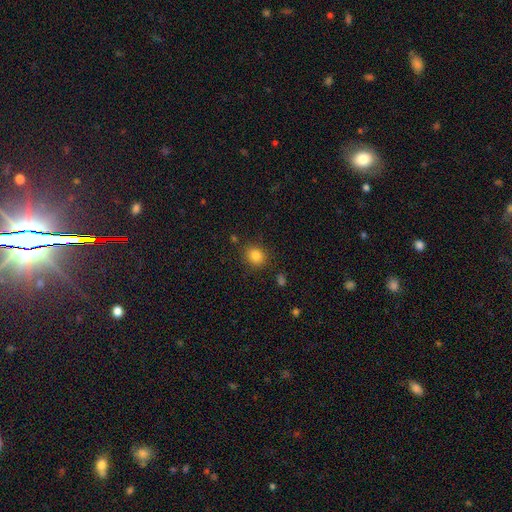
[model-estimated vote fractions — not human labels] A smooth galaxy with no disk features (84%) that is round (72%). Merging: none (85%).